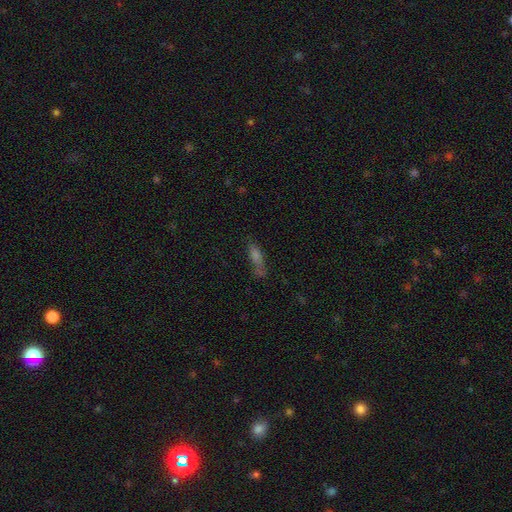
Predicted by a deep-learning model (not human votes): Smooth or featured: smooth — 55% (featured or disk — 24%)
How rounded: cigar-shaped — 61% (in between — 35%)
Merging: none — 56% (minor disturbance — 22%)